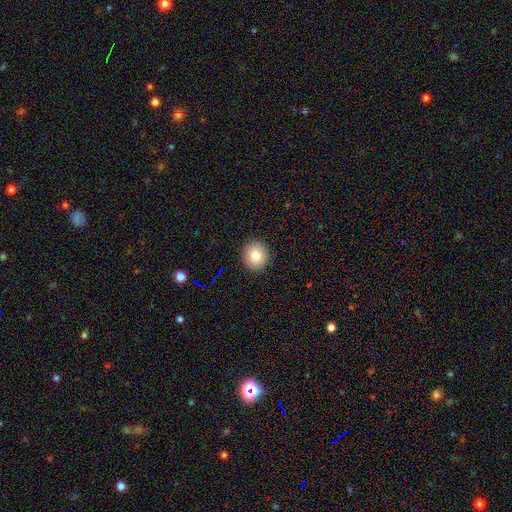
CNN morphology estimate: type=smooth (78%); roundness=round (82%); merging=none (91%).